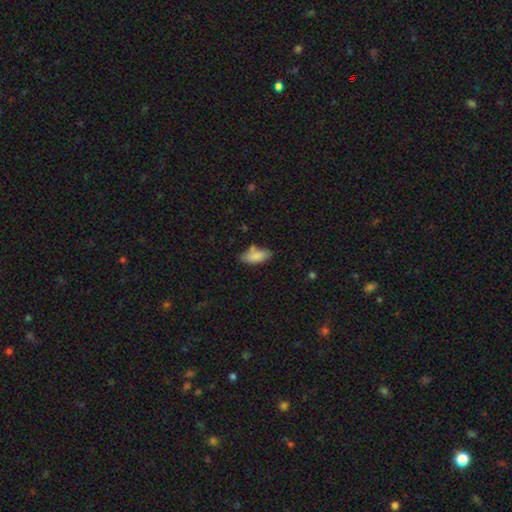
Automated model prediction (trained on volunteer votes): Smooth or featured? Predicted: smooth (p=0.83). How rounded? Predicted: in between (p=0.81). Merging? Predicted: none (p=0.64).